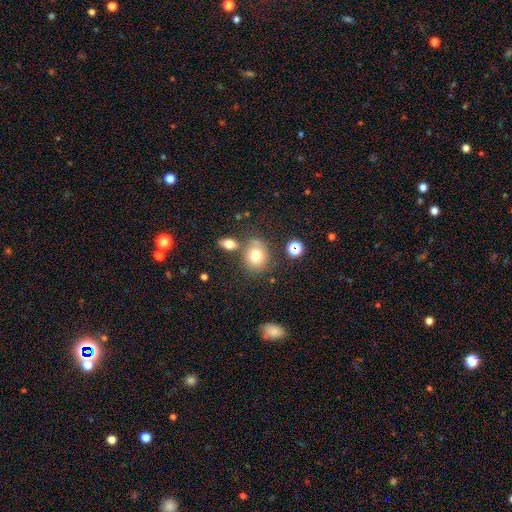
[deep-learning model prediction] smooth 73%, featured or disk 15%, star or artifact 12%. Down the decision tree: how rounded — round (66%); merging — none (63%).